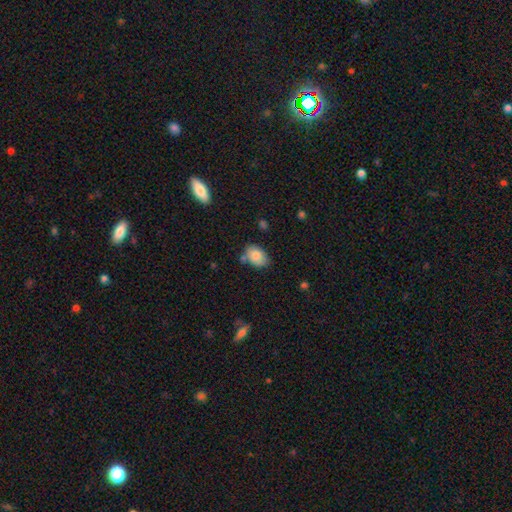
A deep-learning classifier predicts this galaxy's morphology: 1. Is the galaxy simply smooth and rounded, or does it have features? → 83% smooth, 9% featured or disk, 8% star or artifact.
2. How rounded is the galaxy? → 83% in between, 16% round, 1% cigar-shaped.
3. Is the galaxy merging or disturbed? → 69% none, 19% minor disturbance, 8% merger, 4% major disturbance.